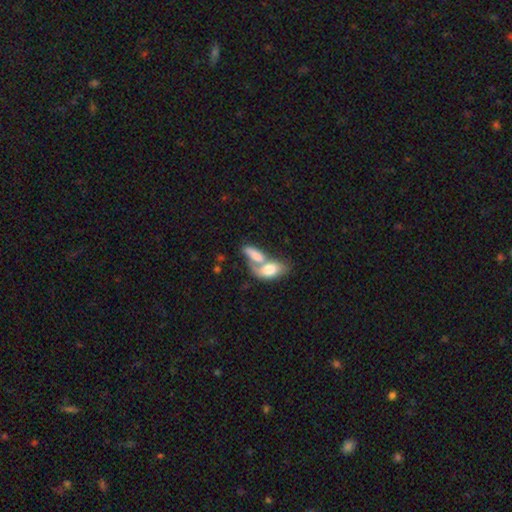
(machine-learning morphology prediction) A smooth galaxy with no disk features (72%) that is in between round and cigar-shaped (83%). Merging: merger (70%).